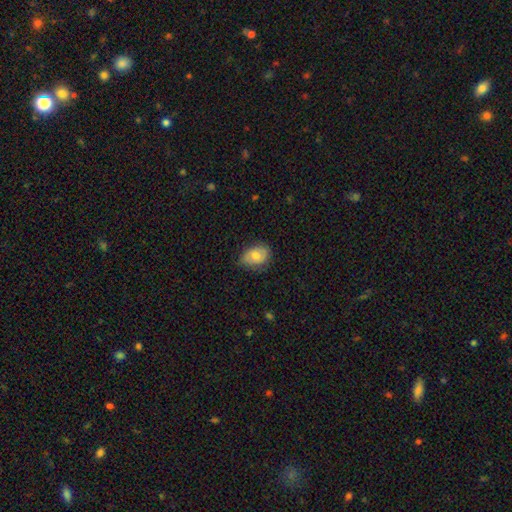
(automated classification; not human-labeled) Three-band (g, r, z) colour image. It shows a smooth galaxy with no disk features (68%) that is in between round and cigar-shaped (79%). Merging: none (71%).